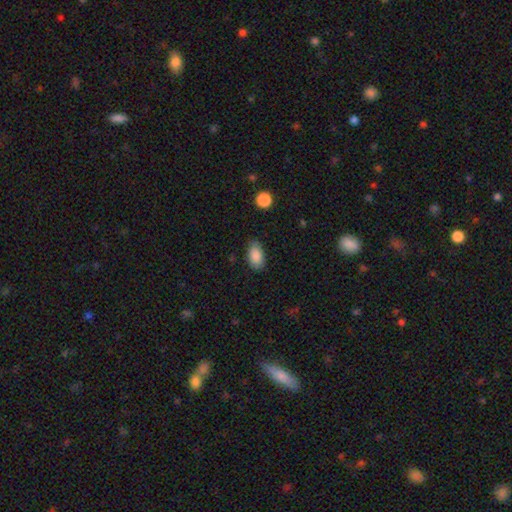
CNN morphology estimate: This appears to be a smooth galaxy with no disk features (88%) that is in between round and cigar-shaped (92%). Merging: none (77%).